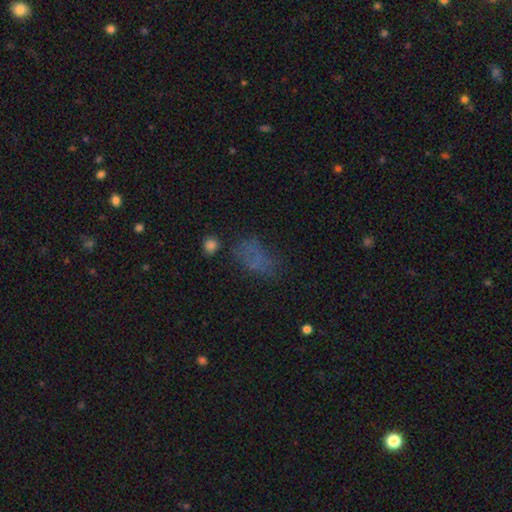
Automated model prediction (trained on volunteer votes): Smooth or featured? smooth (53%)
How rounded? in between (85%)
Merging? none (52%)